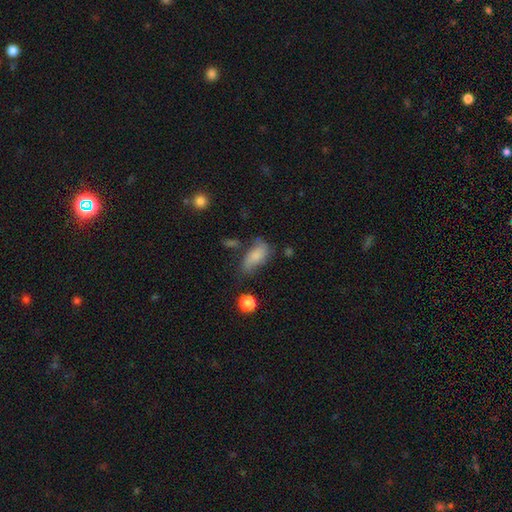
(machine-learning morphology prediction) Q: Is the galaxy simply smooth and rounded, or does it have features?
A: smooth — 74%.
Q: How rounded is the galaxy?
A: in between — 87%.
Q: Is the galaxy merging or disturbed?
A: none — 45%.